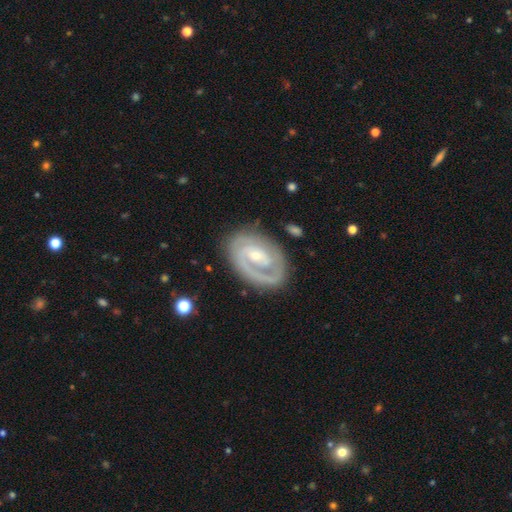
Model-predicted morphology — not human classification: smooth_or_featured: featured or disk (p=0.84) [alt: smooth p=0.11]
disk_edge_on: no (p=0.96) [alt: yes p=0.04]
bar: no (p=0.47) [alt: weak p=0.38]
has_spiral_arms: yes (p=0.90) [alt: no p=0.10]
spiral_winding: tight (p=0.63) [alt: medium p=0.29]
spiral_arm_count: 2 (p=0.44) [alt: 1 p=0.29]
bulge_size: small (p=0.66) [alt: moderate p=0.29]
merging: none (p=0.73) [alt: minor disturbance p=0.17]